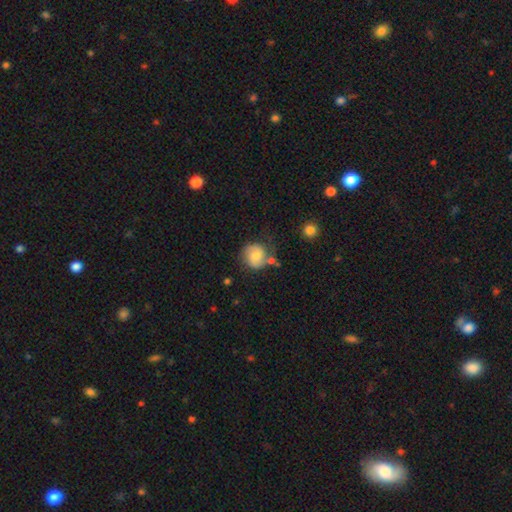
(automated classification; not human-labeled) smooth_or_featured: smooth (p=0.66) [alt: featured or disk p=0.25]
how_rounded: round (p=0.82) [alt: in between p=0.17]
merging: none (p=0.56) [alt: minor disturbance p=0.23]